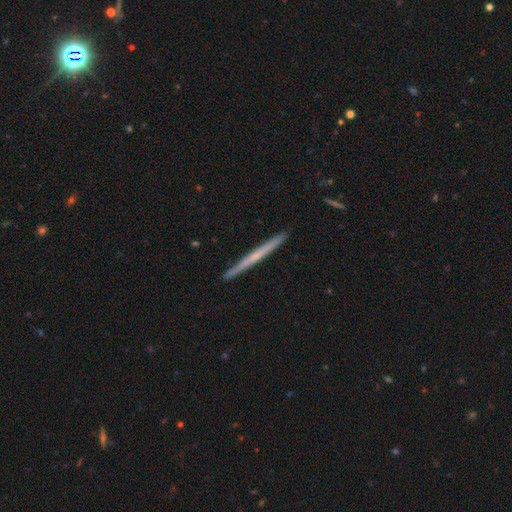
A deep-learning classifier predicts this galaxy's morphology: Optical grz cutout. It shows a featured or disk galaxy (54%) viewed edge-on (98%) with no central bulge (82%). Merging: none (92%).